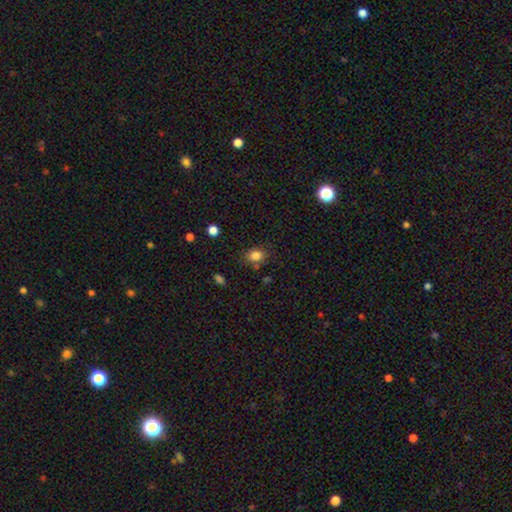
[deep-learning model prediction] This is clearly a smooth galaxy (83%). How rounded: possibly in between (54%). Merging: likely none (74%).